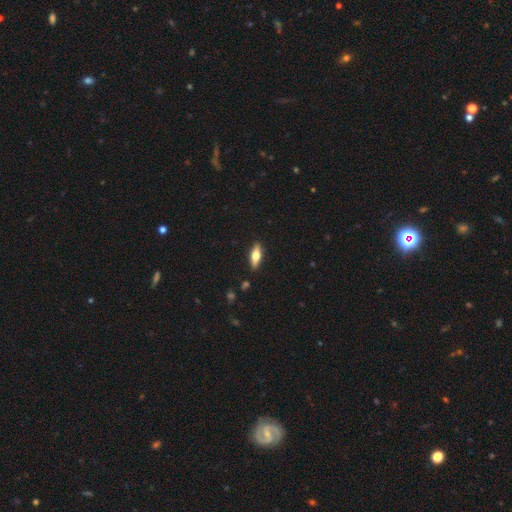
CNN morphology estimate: Smooth or featured: smooth — 52% (featured or disk — 42%)
How rounded: in between — 57% (cigar-shaped — 40%)
Merging: none — 88% (minor disturbance — 9%)